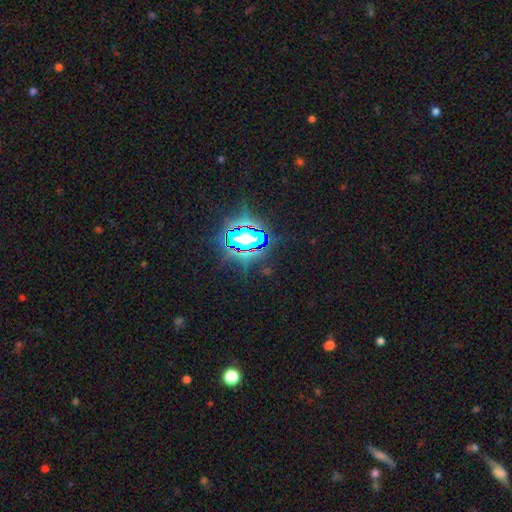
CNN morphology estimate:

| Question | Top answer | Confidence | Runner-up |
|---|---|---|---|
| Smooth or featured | star or artifact | 83% | smooth (10%) |